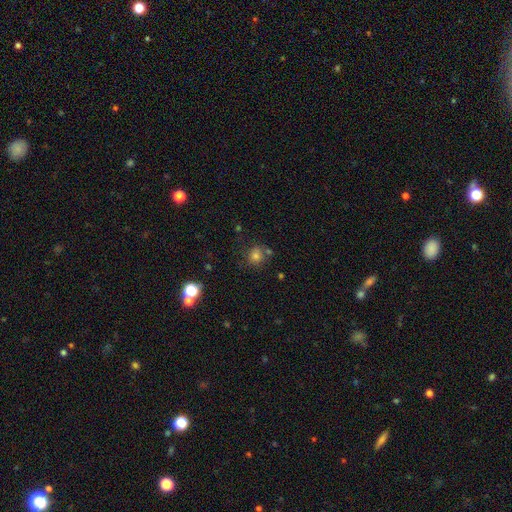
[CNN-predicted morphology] smooth-or-featured: smooth: 72% | star or artifact: 18% | featured or disk: 10%
  how-rounded: round: 82% | in between: 17% | cigar-shaped: 1%
  merging: none: 68% | minor disturbance: 14% | merger: 13% | major disturbance: 5%